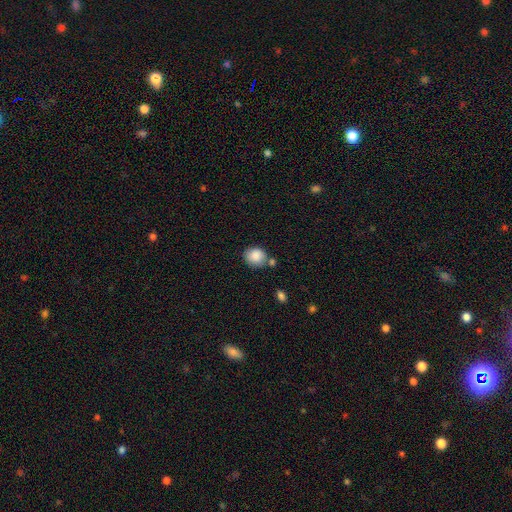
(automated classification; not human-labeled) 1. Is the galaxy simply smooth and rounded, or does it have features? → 87% smooth, 8% star or artifact, 5% featured or disk.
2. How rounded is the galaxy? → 73% round, 26% in between, 1% cigar-shaped.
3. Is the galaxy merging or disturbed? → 64% none, 17% minor disturbance, 15% merger, 5% major disturbance.